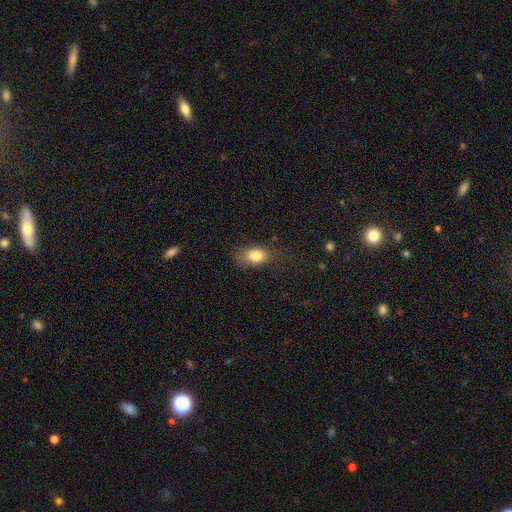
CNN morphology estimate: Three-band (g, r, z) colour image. It shows a smooth galaxy with no disk features (81%) that is in between round and cigar-shaped (81%). Merging: none (71%).